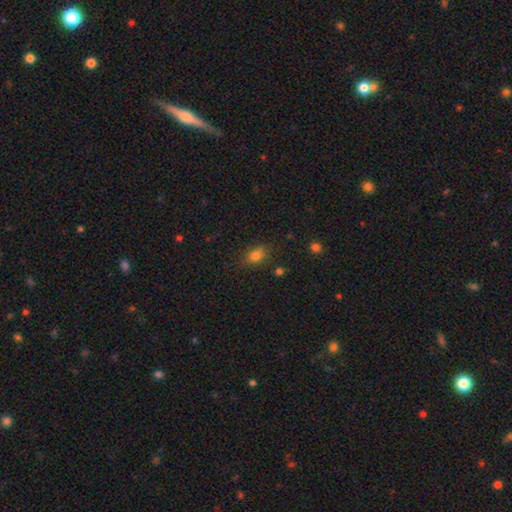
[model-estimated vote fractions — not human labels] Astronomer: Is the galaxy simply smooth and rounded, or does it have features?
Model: smooth — 75%.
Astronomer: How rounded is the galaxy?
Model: in between — 68%.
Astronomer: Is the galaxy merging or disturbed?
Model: none — 70%.